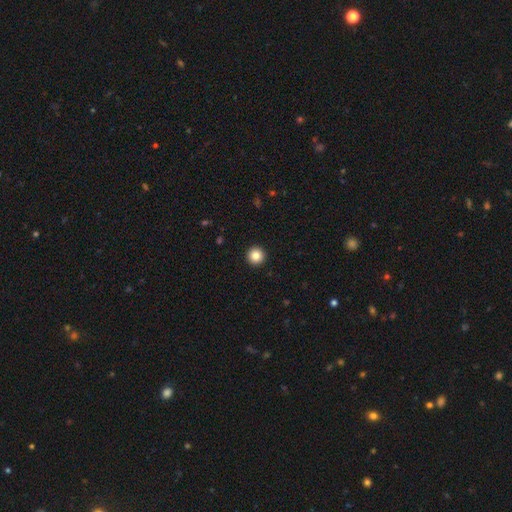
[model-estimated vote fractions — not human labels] This appears to be a smooth galaxy with no disk features (85%) that is round (96%). Merging: none (94%).